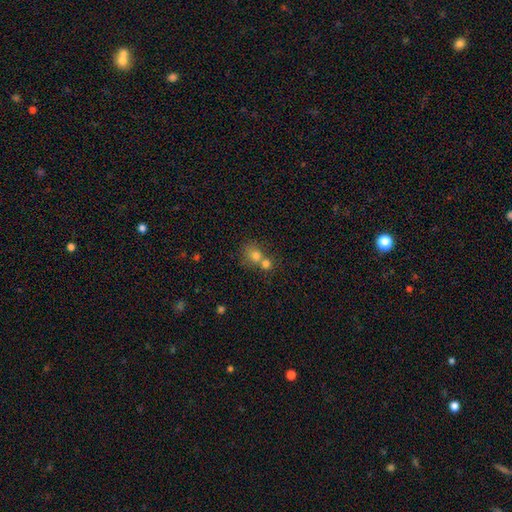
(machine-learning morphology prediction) A smooth galaxy with no disk features (74%) that is round (72%). Merging: merger (53%).